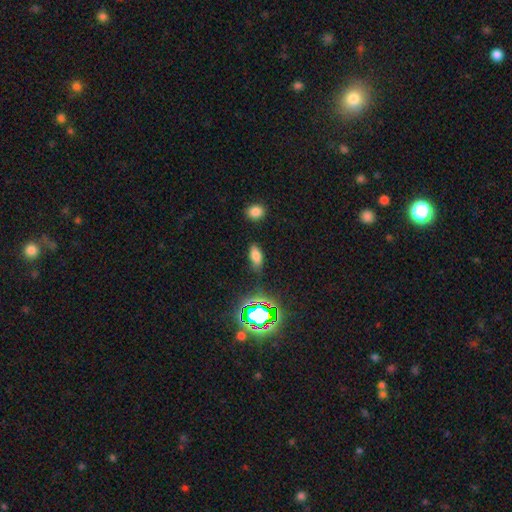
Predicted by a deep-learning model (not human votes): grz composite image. It shows a smooth galaxy with no disk features (72%) that is in between round and cigar-shaped (86%). Merging: none (79%).